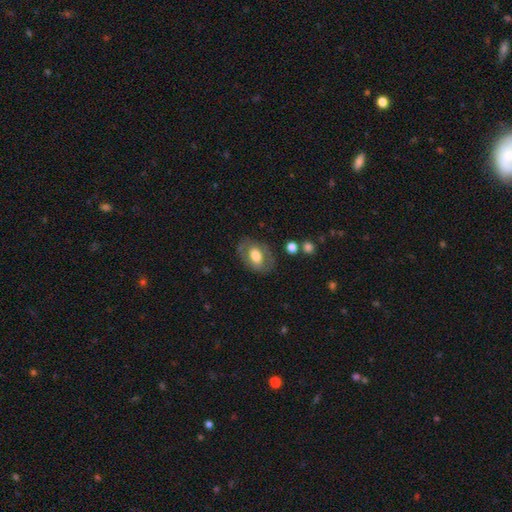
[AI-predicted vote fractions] A smooth galaxy with no disk features (58%) that is in between round and cigar-shaped (82%). Merging: none (77%).